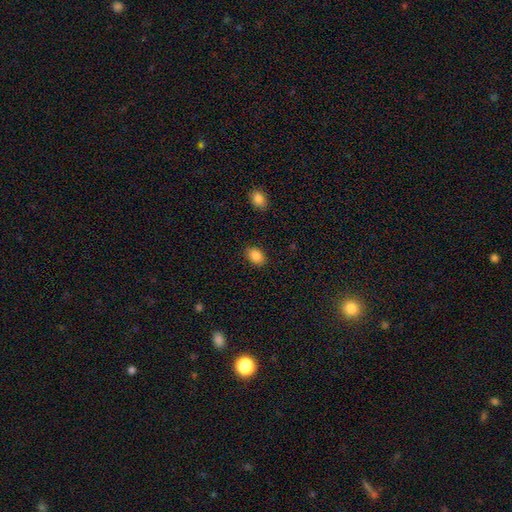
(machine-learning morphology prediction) Smooth or featured? smooth (88%)
How rounded? in between (77%)
Merging? none (86%)